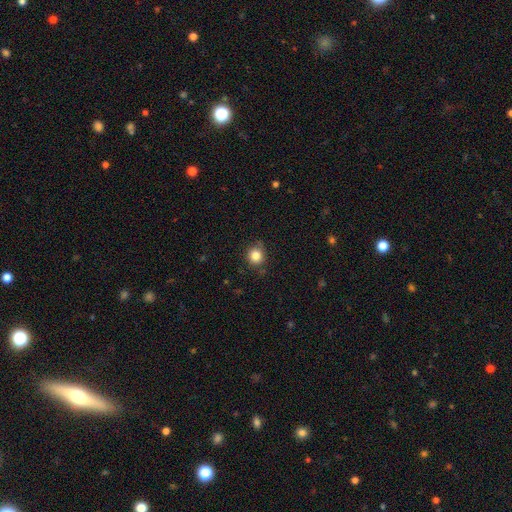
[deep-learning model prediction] A smooth galaxy with no disk features (83%) that is round (88%). Merging: none (81%).